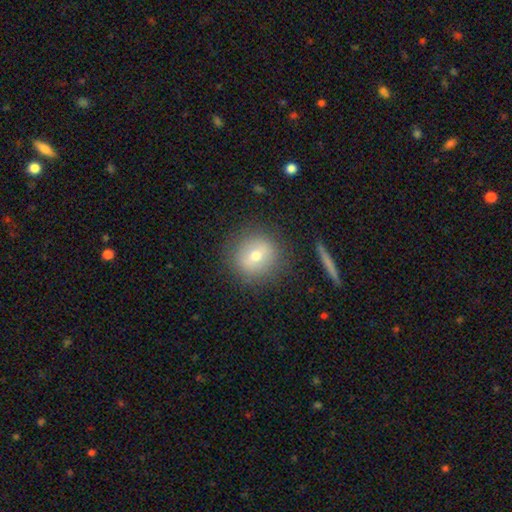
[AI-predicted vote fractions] A smooth galaxy with no disk features (64%) that is round (88%). Merging: none (84%).